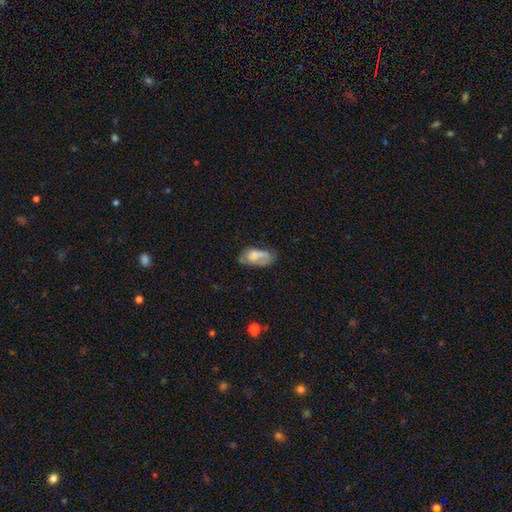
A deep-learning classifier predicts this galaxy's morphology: smooth 64%, featured or disk 27%, star or artifact 9%. Down the decision tree: how rounded — in between (91%); merging — none (41%).